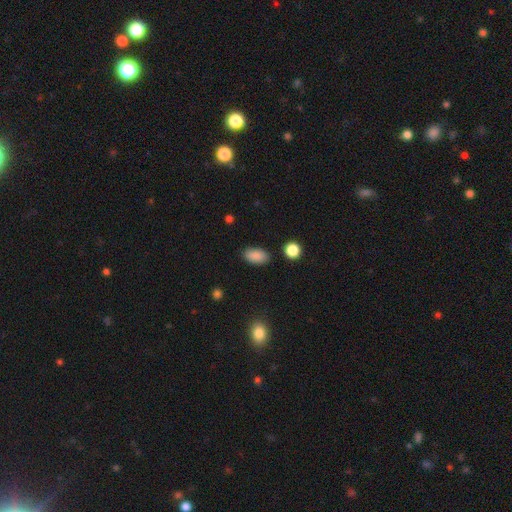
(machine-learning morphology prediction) smooth 88%, star or artifact 8%, featured or disk 4%. Down the decision tree: how rounded — in between (92%); merging — none (87%).